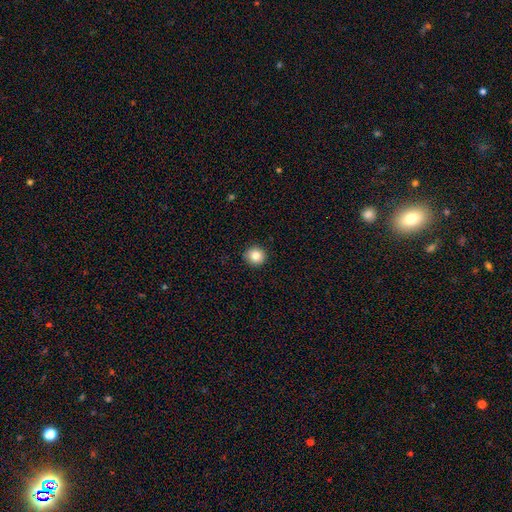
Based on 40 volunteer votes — Smooth or featured? smooth (92%)
How rounded? round (95%)
Merging? none (97%)